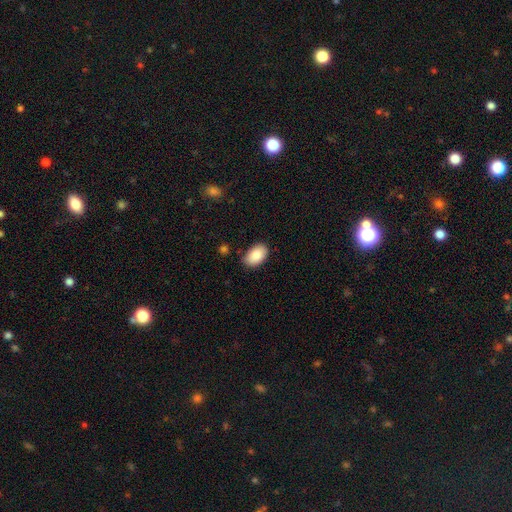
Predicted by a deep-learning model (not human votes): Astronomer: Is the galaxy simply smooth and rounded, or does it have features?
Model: smooth — 88%.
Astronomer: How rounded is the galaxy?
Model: in between — 91%.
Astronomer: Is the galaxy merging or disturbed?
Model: none — 78%.